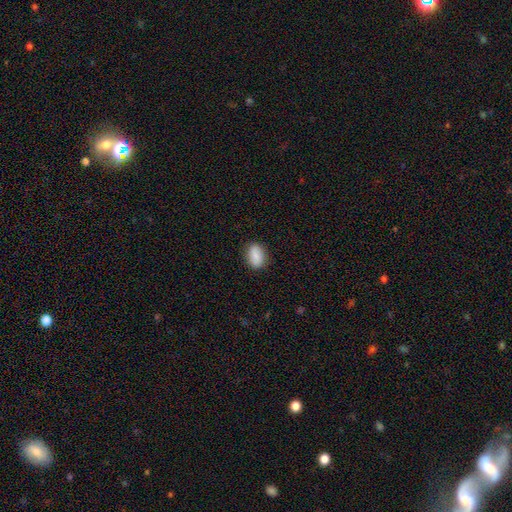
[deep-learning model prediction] Smooth or featured? smooth (87%)
How rounded? in between (84%)
Merging? none (85%)